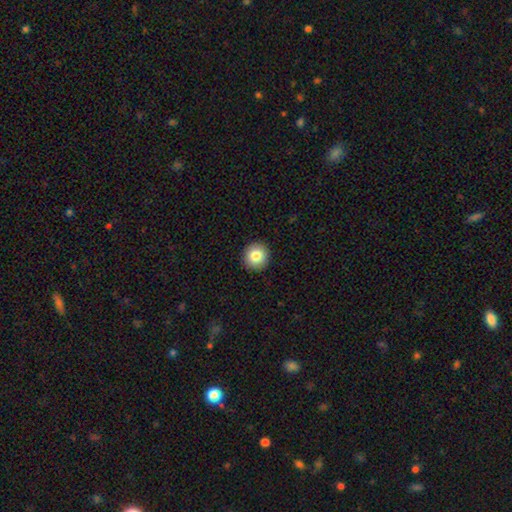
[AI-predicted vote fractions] The model was most divided on "smooth or featured": smooth: 84%, star or artifact: 9%, featured or disk: 7%. More confident: how rounded — round (93%); merging — none (92%).